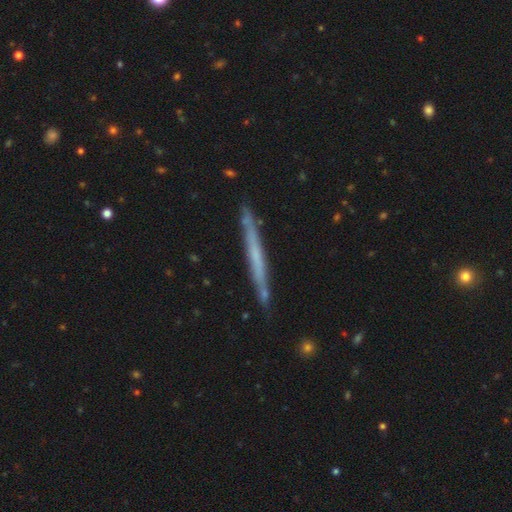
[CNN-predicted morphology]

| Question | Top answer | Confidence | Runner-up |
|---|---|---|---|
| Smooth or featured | featured or disk | 55% | smooth (39%) |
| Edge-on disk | yes | 95% | no (5%) |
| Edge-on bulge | none | 85% | rounded (10%) |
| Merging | none | 86% | minor disturbance (11%) |